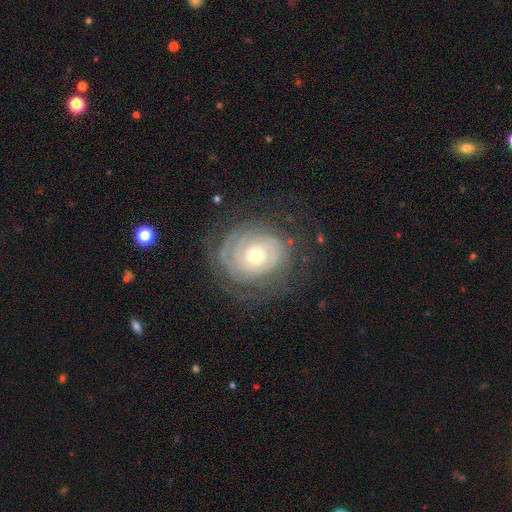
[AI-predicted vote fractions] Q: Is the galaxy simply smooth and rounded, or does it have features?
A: featured or disk — 82%.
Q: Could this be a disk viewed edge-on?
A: no — 97%.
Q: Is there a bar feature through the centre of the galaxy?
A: no — 79%.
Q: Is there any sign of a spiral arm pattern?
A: yes — 93%.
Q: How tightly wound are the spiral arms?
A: tight — 81%.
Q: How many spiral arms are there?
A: can't tell — 42%.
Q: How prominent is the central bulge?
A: moderate — 56%.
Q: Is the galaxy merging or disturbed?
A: none — 71%.